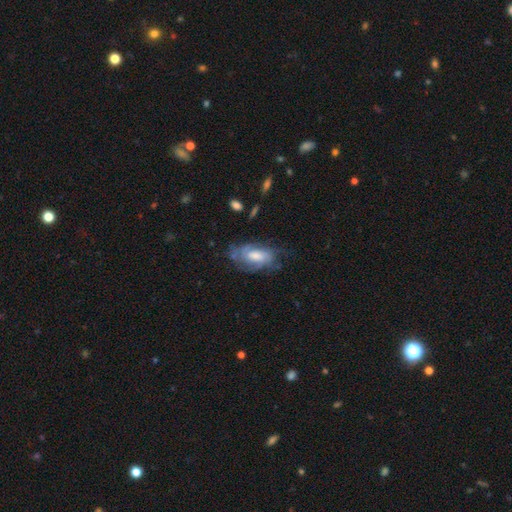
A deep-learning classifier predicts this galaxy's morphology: Overall: featured or disk (61%; smooth 32%). Edge-on disk: no (93%). Bar: no (60%; weak 33%). Spiral arms: yes (80%). Bulge size: moderate (44%; large 25%). Merging: none (57%; minor disturbance 25%).